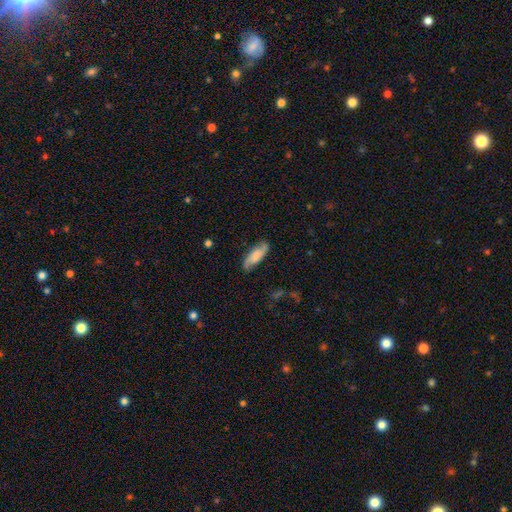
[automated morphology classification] Smooth or featured: smooth — 58% (featured or disk — 36%)
How rounded: in between — 62% (cigar-shaped — 36%)
Merging: none — 80% (minor disturbance — 15%)